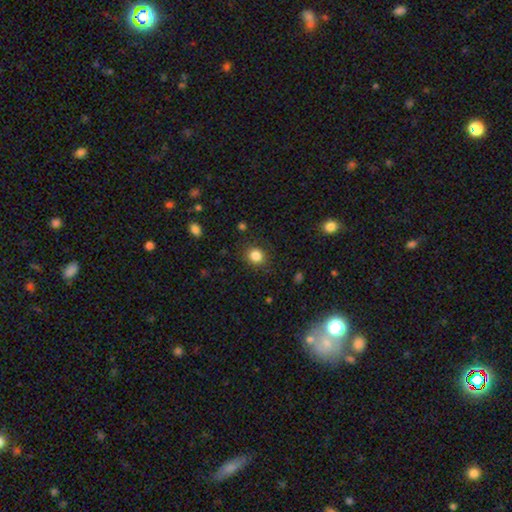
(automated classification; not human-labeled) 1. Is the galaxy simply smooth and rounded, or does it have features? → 84% smooth, 11% star or artifact, 5% featured or disk.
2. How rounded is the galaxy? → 79% round, 20% in between, 1% cigar-shaped.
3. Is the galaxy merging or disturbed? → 86% none, 9% minor disturbance, 3% major disturbance, 1% merger.